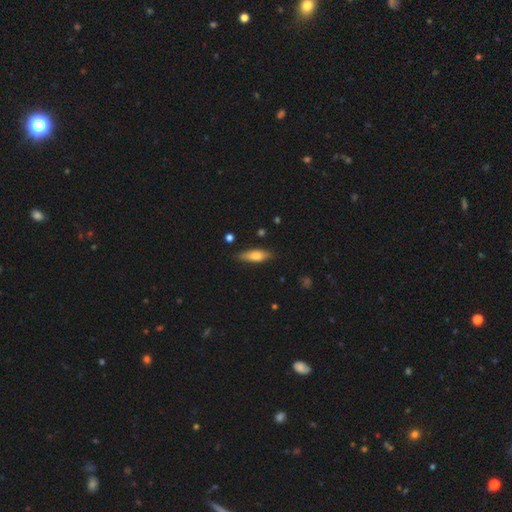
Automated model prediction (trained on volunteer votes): This appears to be a smooth galaxy with no disk features (67%) that is in between round and cigar-shaped (51%). Merging: none (83%).